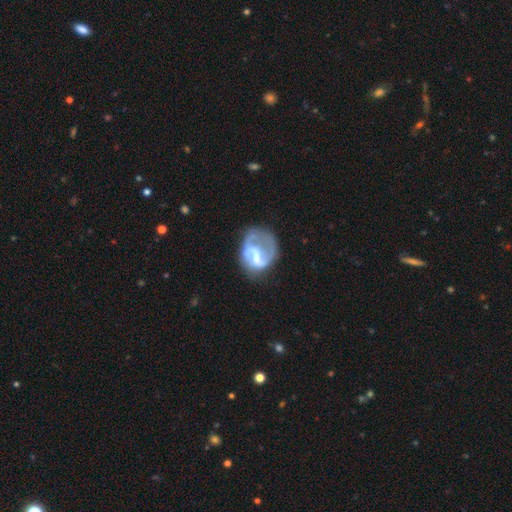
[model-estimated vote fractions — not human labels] Q: Smooth or featured?
A: featured or disk (71%); runner-up: smooth (22%)
Q: Edge-on disk?
A: no (98%); runner-up: yes (2%)
Q: Bar?
A: weak (47%); runner-up: no (29%)
Q: Spiral arms?
A: yes (77%); runner-up: no (23%)
Q: Spiral winding?
A: loose (45%); runner-up: medium (40%)
Q: Spiral arm count?
A: 2 (59%); runner-up: 1 (25%)
Q: Bulge size?
A: none (40%); runner-up: small (27%)
Q: Merging?
A: major disturbance (36%); tied with: none (36%)